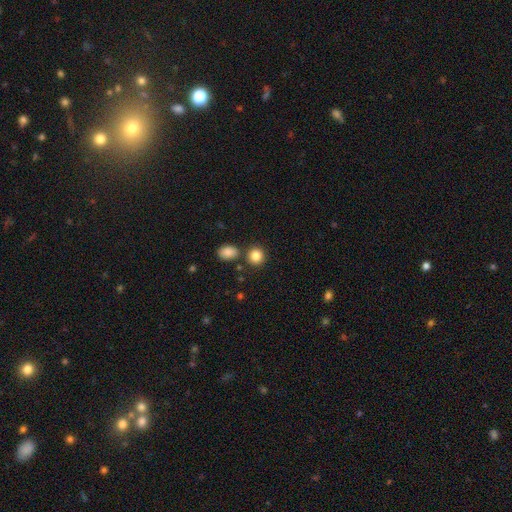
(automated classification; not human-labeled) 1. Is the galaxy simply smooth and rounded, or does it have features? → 85% smooth, 10% star or artifact, 5% featured or disk.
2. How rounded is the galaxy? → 85% round, 14% in between, 1% cigar-shaped.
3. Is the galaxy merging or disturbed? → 78% none, 11% merger, 8% minor disturbance, 3% major disturbance.